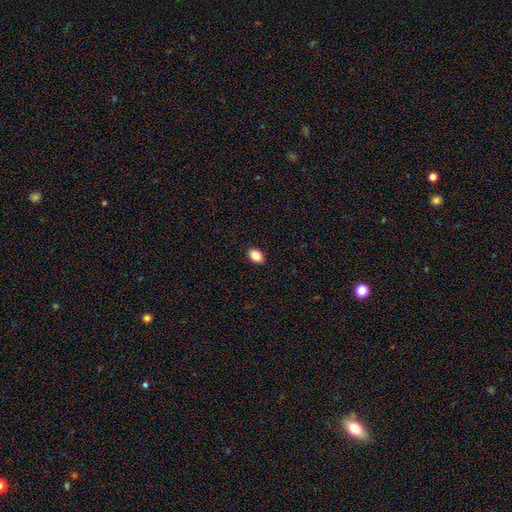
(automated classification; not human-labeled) smooth 86%, star or artifact 8%, featured or disk 5%. Down the decision tree: how rounded — in between (82%); merging — none (90%).